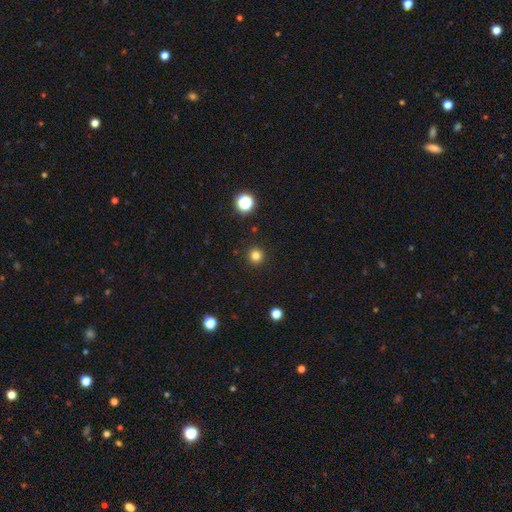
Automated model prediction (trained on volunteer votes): Overall: smooth (81%). How rounded: round (96%). Merging: none (93%).